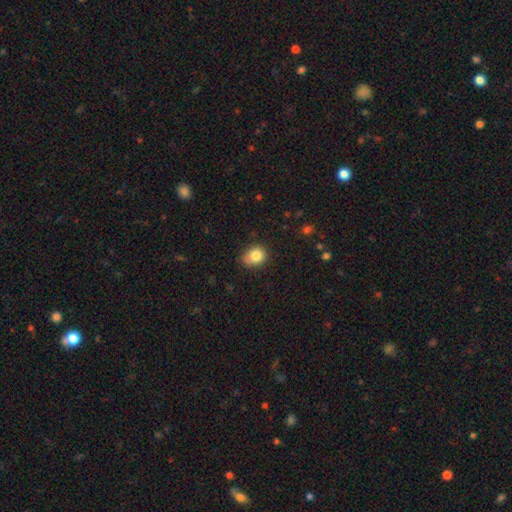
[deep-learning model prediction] smooth 82%, star or artifact 10%, featured or disk 8%. Down the decision tree: how rounded — round (58%); merging — none (67%).